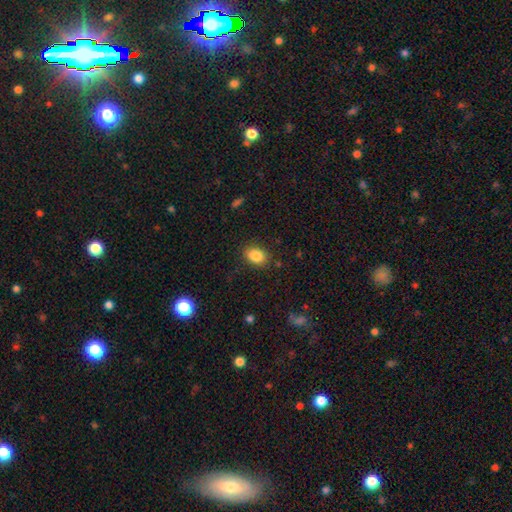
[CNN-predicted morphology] Smooth or featured: smooth — 86% (star or artifact — 9%)
How rounded: in between — 79% (round — 20%)
Merging: none — 86% (minor disturbance — 10%)